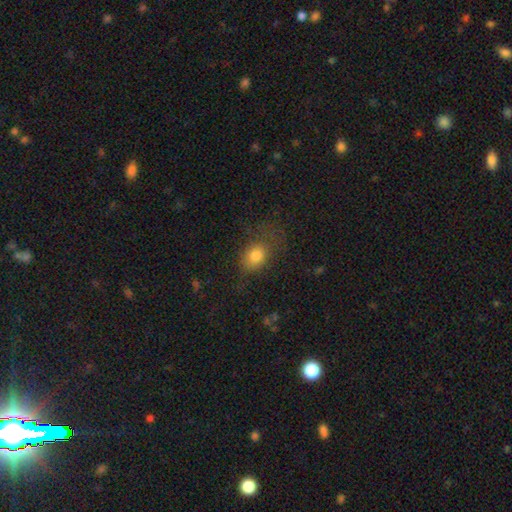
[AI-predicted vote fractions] Smooth or featured? Predicted: smooth (p=0.79). How rounded? Predicted: in between (p=0.60). Merging? Predicted: none (p=0.55).